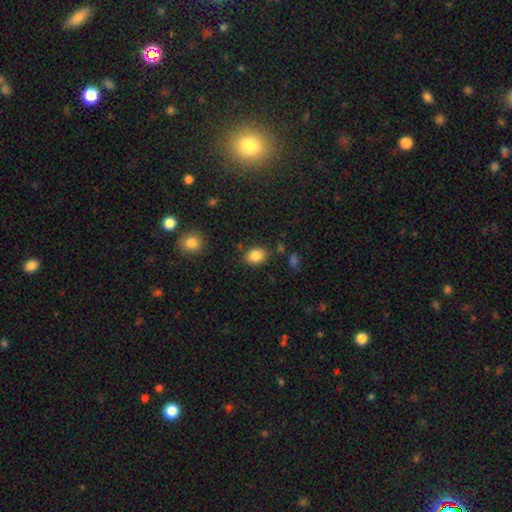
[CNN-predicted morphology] A smooth galaxy with no disk features (85%) that is in between round and cigar-shaped (58%). Merging: none (82%).